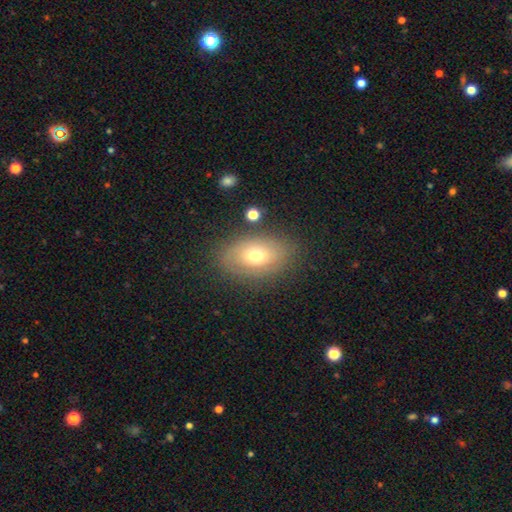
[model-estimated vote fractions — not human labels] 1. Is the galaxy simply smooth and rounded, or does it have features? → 57% smooth, 32% featured or disk, 11% star or artifact.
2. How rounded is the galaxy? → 86% in between, 13% round, 2% cigar-shaped.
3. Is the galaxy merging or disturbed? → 78% none, 15% minor disturbance, 5% major disturbance, 3% merger.